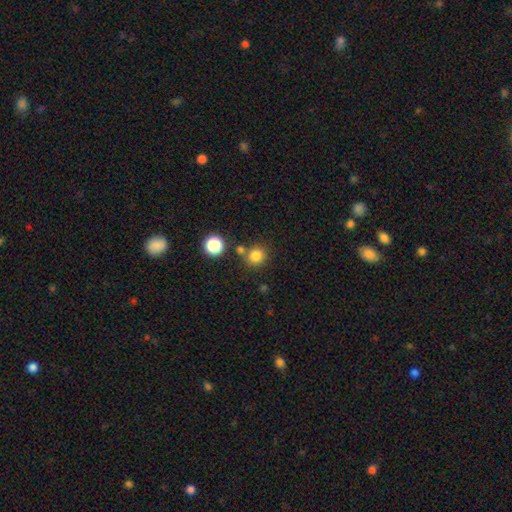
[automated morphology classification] Smooth or featured? Predicted: smooth (p=0.81). How rounded? Predicted: round (p=0.91). Merging? Predicted: none (p=0.75).